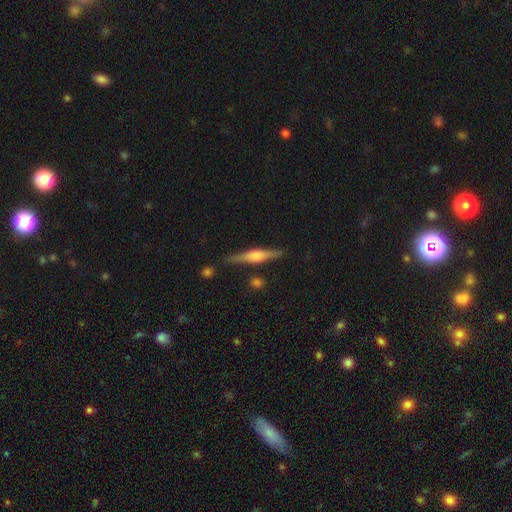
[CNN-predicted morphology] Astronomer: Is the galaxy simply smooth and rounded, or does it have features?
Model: featured or disk — 70%.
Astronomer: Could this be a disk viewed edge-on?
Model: yes — 97%.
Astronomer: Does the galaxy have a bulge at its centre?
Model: rounded — 79%.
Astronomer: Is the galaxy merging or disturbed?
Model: none — 86%.